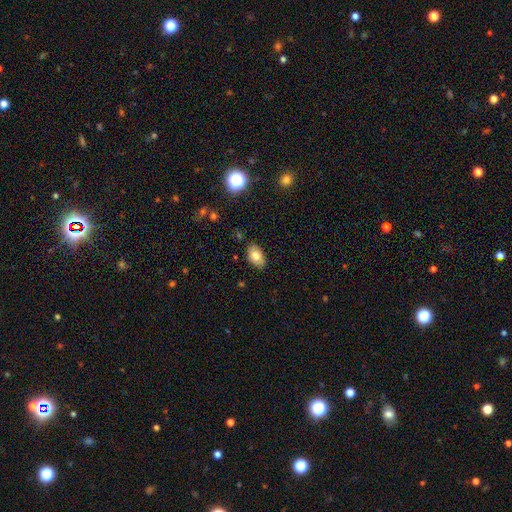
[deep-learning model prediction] The model was most divided on "smooth or featured": smooth: 76%, featured or disk: 15%, star or artifact: 9%. More confident: how rounded — in between (90%); merging — none (82%).